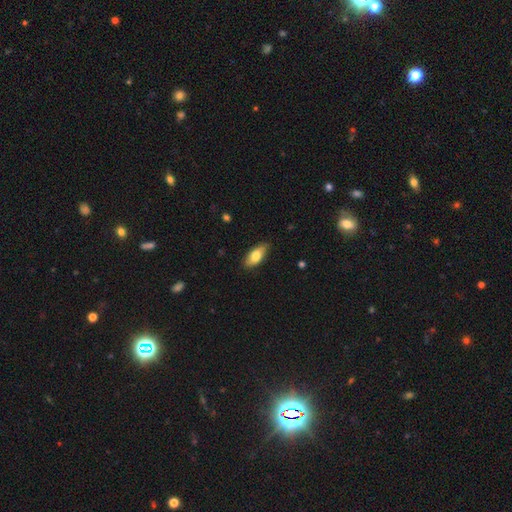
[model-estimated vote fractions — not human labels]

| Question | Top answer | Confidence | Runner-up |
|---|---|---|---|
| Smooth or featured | smooth | 78% | featured or disk (17%) |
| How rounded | in between | 84% | cigar-shaped (14%) |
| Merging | none | 83% | minor disturbance (14%) |